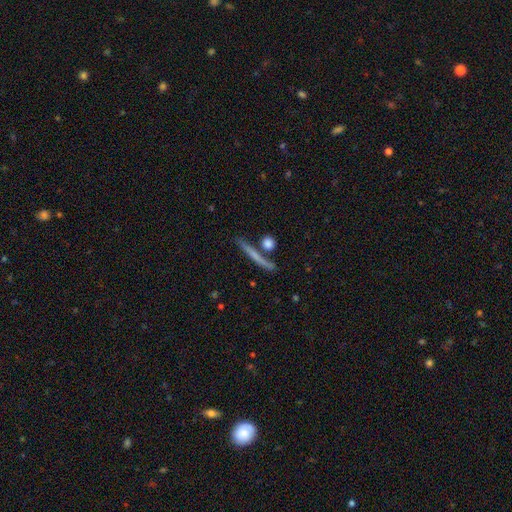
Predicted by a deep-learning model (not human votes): This appears to be a smooth galaxy with no disk features (51%) that is cigar-shaped (88%). Merging: none (77%).